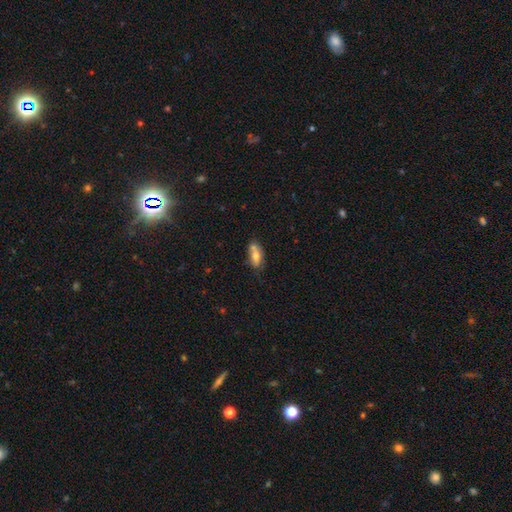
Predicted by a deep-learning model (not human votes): Smooth or featured? smooth (63%)
How rounded? in between (78%)
Merging? none (48%)